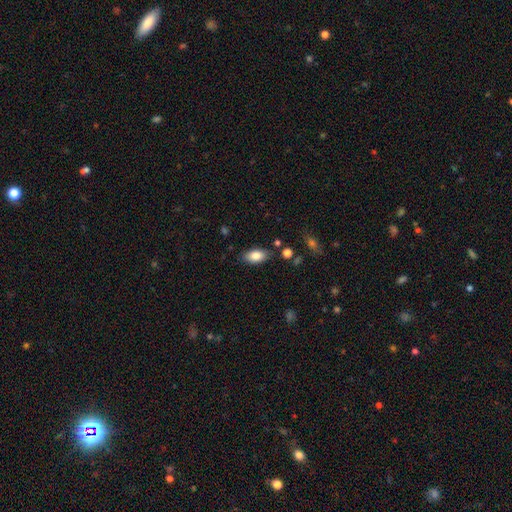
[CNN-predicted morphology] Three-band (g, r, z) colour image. It shows a smooth galaxy with no disk features (84%) that is in between round and cigar-shaped (91%). Merging: none (83%).